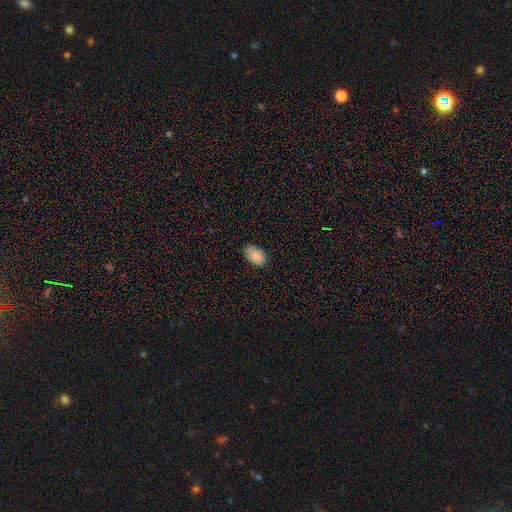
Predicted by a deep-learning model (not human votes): The model was most divided on "merging": none: 77%, minor disturbance: 19%, major disturbance: 3%, merger: 1%. More confident: how rounded — in between (90%); smooth or featured — smooth (87%).